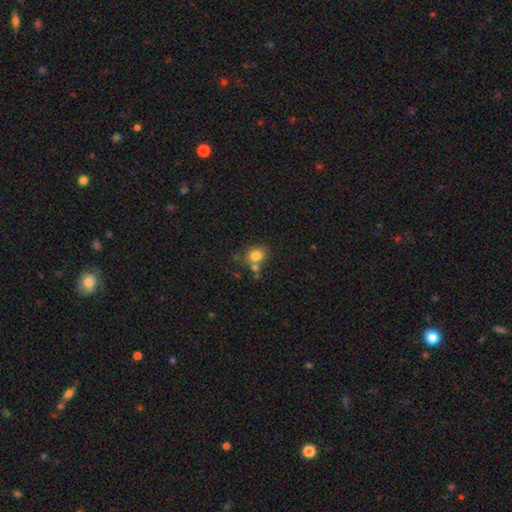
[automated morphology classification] smooth-or-featured: smooth: 79% | star or artifact: 11% | featured or disk: 9%
  how-rounded: round: 69% | in between: 30% | cigar-shaped: 1%
  merging: none: 56% | merger: 23% | minor disturbance: 16% | major disturbance: 6%